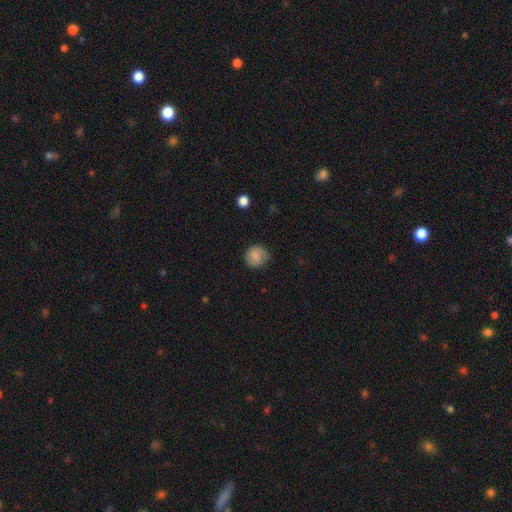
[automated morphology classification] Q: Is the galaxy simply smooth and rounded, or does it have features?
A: smooth — 78%.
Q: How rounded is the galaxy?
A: round — 87%.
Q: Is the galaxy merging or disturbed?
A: none — 82%.